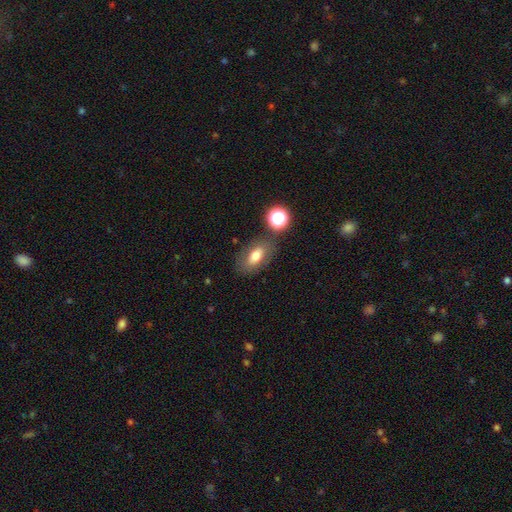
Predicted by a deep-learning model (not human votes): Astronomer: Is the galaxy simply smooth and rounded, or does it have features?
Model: smooth — 72%.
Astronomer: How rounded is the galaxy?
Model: in between — 86%.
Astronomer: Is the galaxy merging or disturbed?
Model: none — 74%.